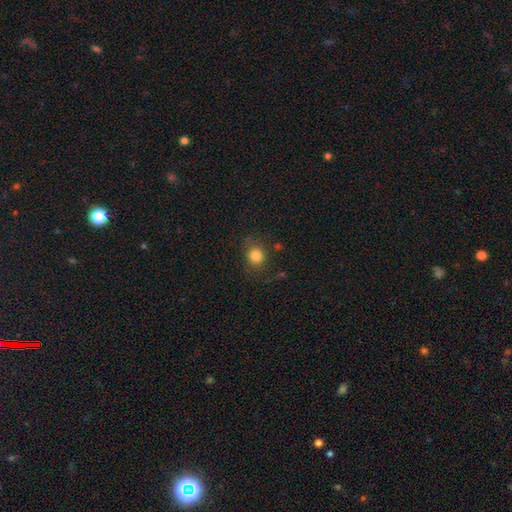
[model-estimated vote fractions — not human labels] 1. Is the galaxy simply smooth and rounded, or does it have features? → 83% smooth, 11% star or artifact, 6% featured or disk.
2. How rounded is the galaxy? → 83% round, 16% in between, 1% cigar-shaped.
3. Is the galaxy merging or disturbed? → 78% none, 14% minor disturbance, 6% major disturbance, 2% merger.